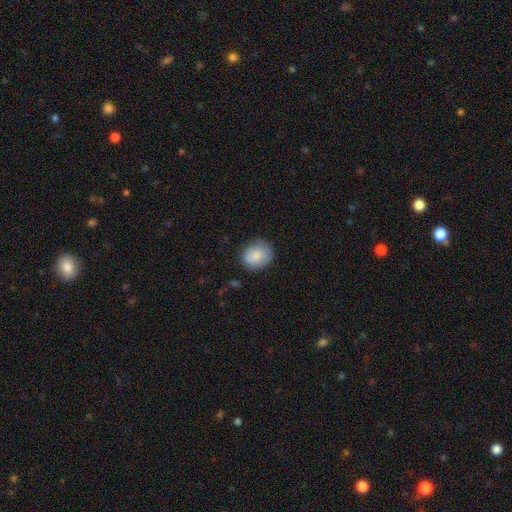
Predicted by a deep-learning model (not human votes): This appears to be a smooth galaxy with no disk features (85%) that is round (62%). Merging: none (78%).